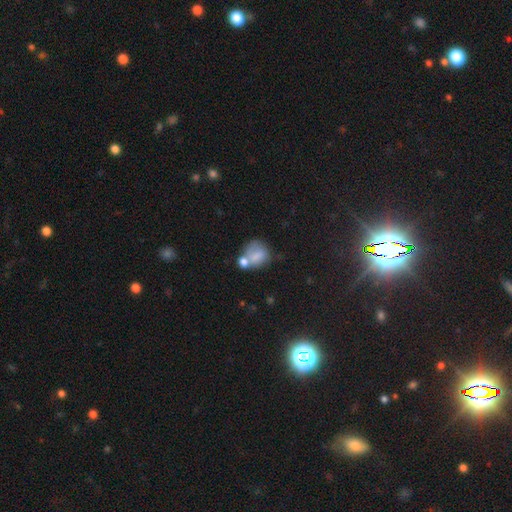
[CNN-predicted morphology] smooth-or-featured: smooth: 68% | featured or disk: 22% | star or artifact: 11%
  how-rounded: round: 58% | in between: 40% | cigar-shaped: 1%
  merging: merger: 33% | none: 32% | minor disturbance: 19% | major disturbance: 15%